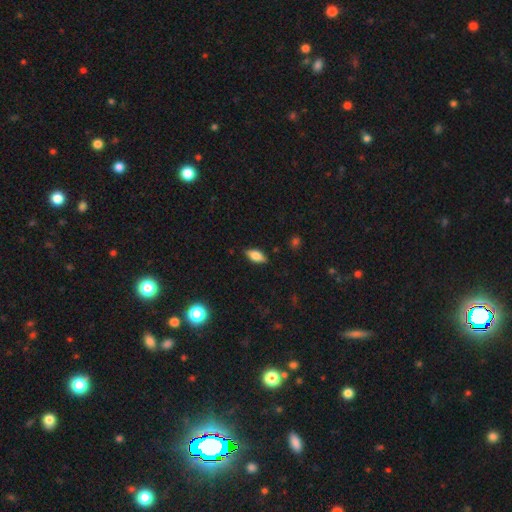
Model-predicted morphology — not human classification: Smooth or featured: smooth — 69% (featured or disk — 23%)
How rounded: in between — 84% (cigar-shaped — 12%)
Merging: none — 84% (minor disturbance — 12%)